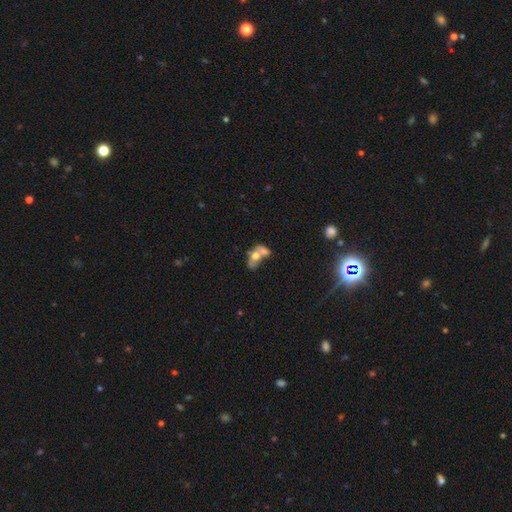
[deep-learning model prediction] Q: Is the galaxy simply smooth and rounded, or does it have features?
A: smooth — 54%.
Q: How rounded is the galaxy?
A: in between — 75%.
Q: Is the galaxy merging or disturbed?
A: merger — 70%.